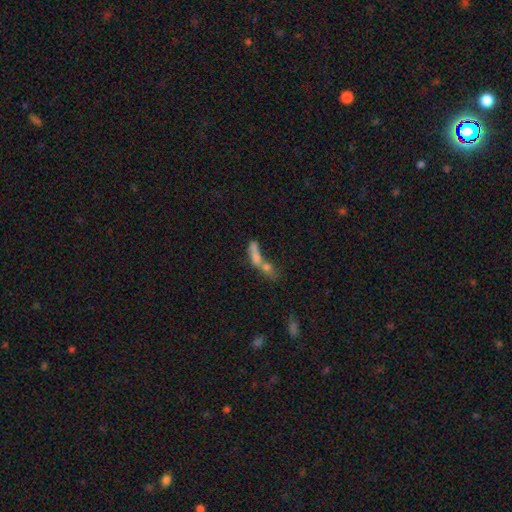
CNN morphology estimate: smooth_or_featured: smooth (p=0.60) [alt: featured or disk p=0.27]
how_rounded: cigar-shaped (p=0.46) [alt: in between p=0.44]
merging: merger (p=0.69) [alt: none p=0.14]